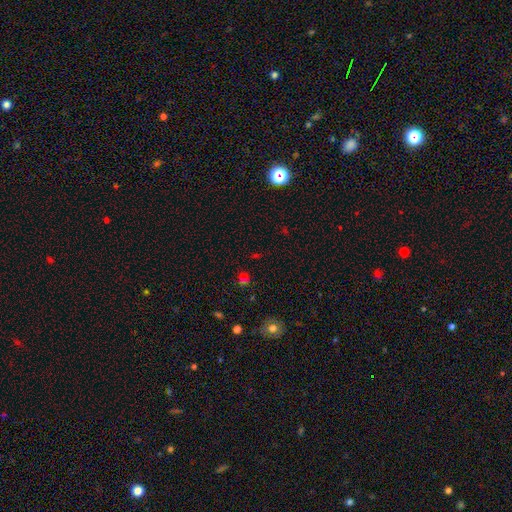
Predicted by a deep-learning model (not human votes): smooth-or-featured: star or artifact: 51% | smooth: 41% | featured or disk: 8%